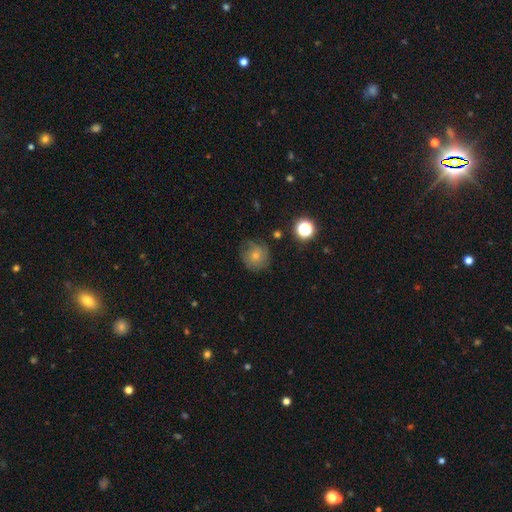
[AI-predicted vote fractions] Smooth or featured? Predicted: smooth (p=0.52). How rounded? Predicted: round (p=0.89). Merging? Predicted: none (p=0.70).